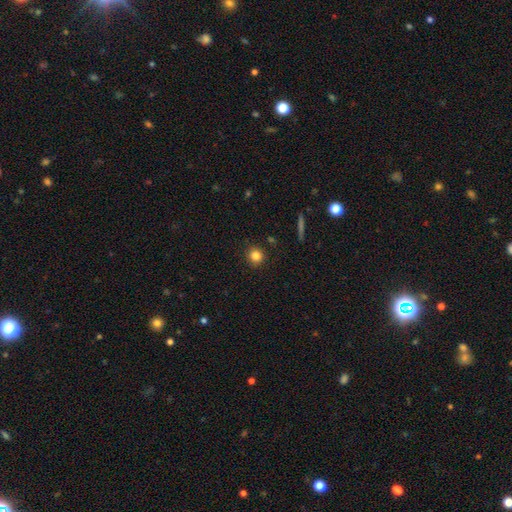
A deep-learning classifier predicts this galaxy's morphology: smooth_or_featured: smooth (p=0.82) [alt: star or artifact p=0.12]
how_rounded: round (p=0.92) [alt: in between p=0.07]
merging: none (p=0.90) [alt: minor disturbance p=0.07]